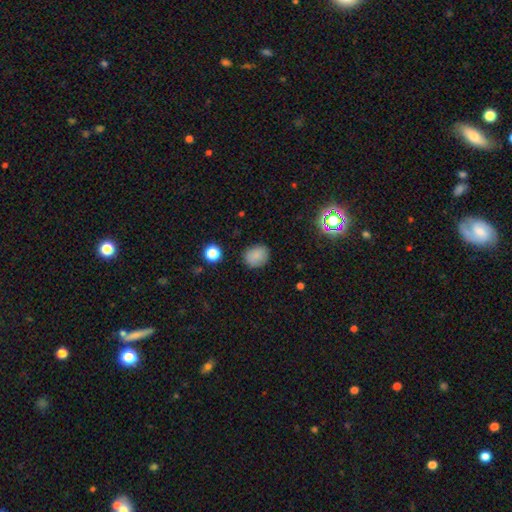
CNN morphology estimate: smooth 83%, star or artifact 11%, featured or disk 6%. Down the decision tree: how rounded — round (60%); merging — none (83%).